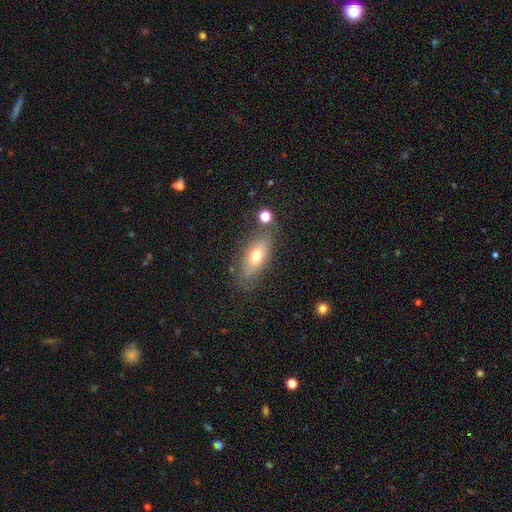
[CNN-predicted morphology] Smooth or featured? smooth (64%)
How rounded? in between (78%)
Merging? none (70%)